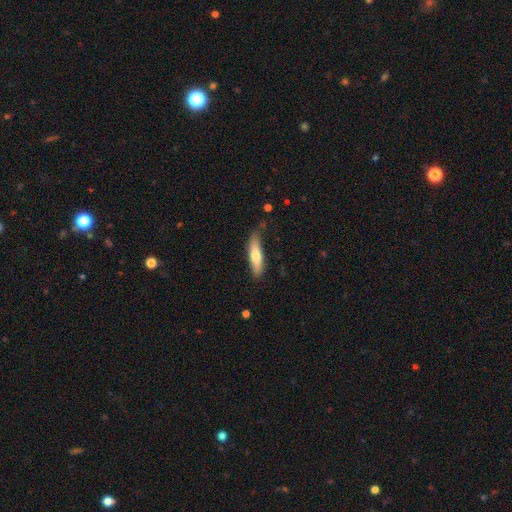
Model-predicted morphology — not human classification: This is likely a smooth galaxy (70%). How rounded: likely cigar-shaped (67%). Merging: likely none (71%).